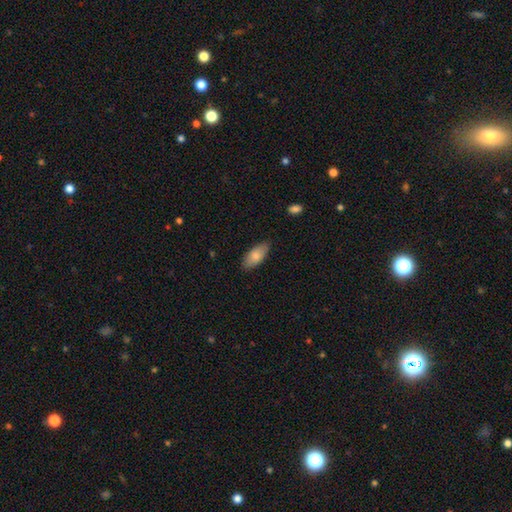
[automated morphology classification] Smooth or featured?
  - smooth: 81% *
  - featured or disk: 13%
  - star or artifact: 6%
How rounded?
  - in between: 88% *
  - cigar-shaped: 10%
  - round: 2%
Merging?
  - none: 84% *
  - minor disturbance: 12%
  - major disturbance: 2%
  - merger: 1%